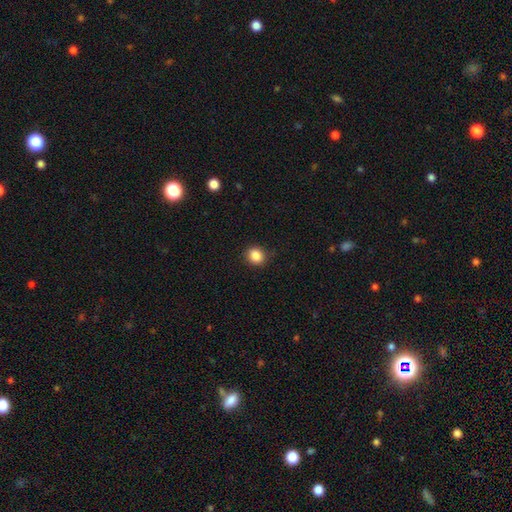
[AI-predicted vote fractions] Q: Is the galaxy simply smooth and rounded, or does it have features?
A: smooth — 87%.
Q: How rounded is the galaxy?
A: round — 83%.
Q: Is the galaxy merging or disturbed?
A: none — 89%.